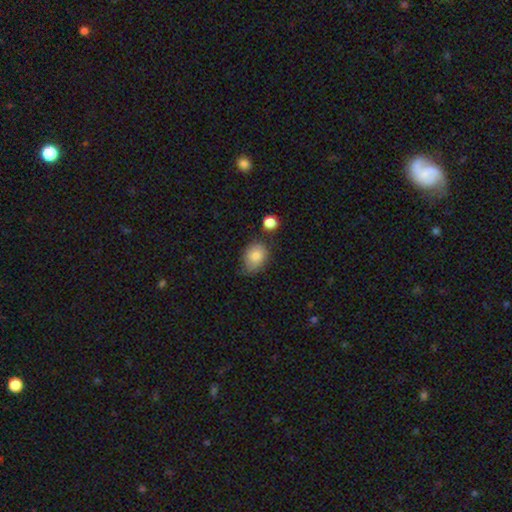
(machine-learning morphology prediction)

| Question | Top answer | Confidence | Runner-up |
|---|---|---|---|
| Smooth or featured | smooth | 81% | featured or disk (10%) |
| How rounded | in between | 62% | round (37%) |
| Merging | none | 56% | minor disturbance (31%) |